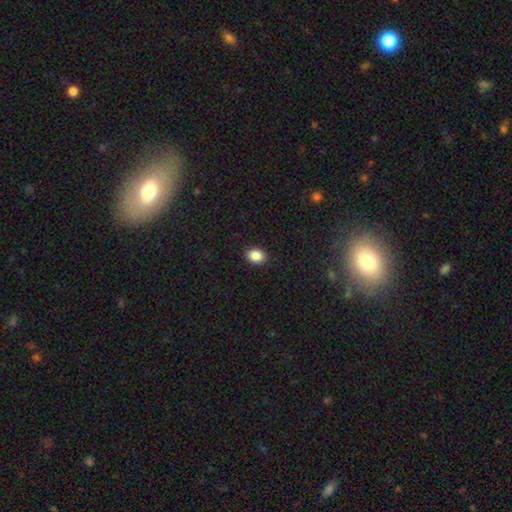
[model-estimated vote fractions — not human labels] This appears to be a smooth galaxy with no disk features (87%) that is in between round and cigar-shaped (54%). Merging: none (91%).